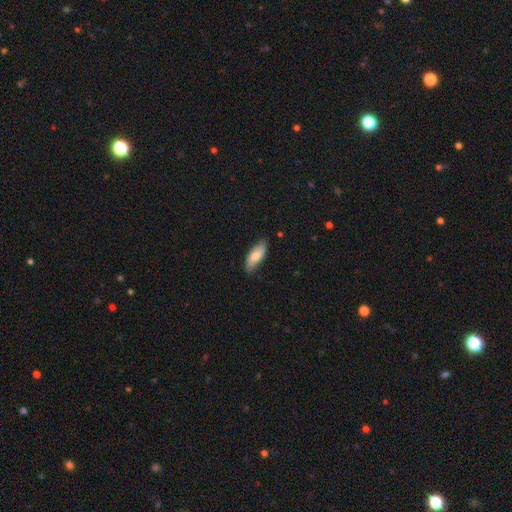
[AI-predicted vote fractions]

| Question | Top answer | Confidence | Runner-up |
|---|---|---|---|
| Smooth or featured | smooth | 77% | featured or disk (18%) |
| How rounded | in between | 73% | cigar-shaped (25%) |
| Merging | none | 78% | minor disturbance (18%) |